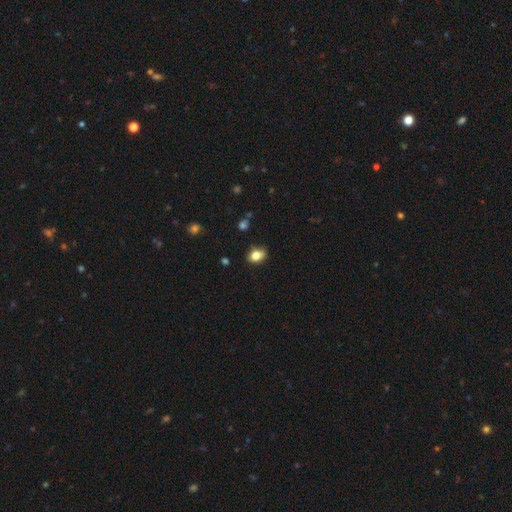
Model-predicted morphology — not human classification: Smooth or featured? smooth (81%)
How rounded? in between (71%)
Merging? none (81%)